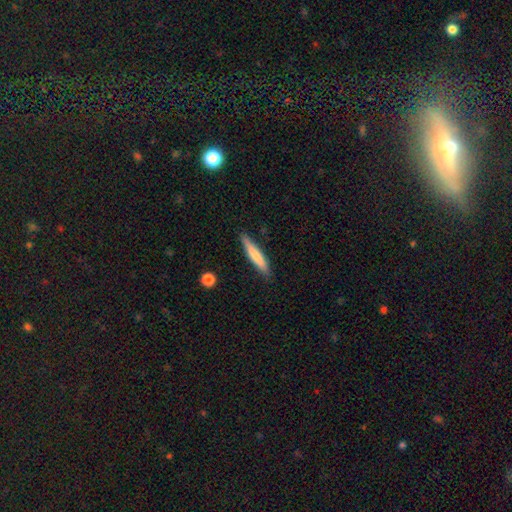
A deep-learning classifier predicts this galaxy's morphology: type=smooth (73%); roundness=cigar-shaped (90%); merging=none (86%).